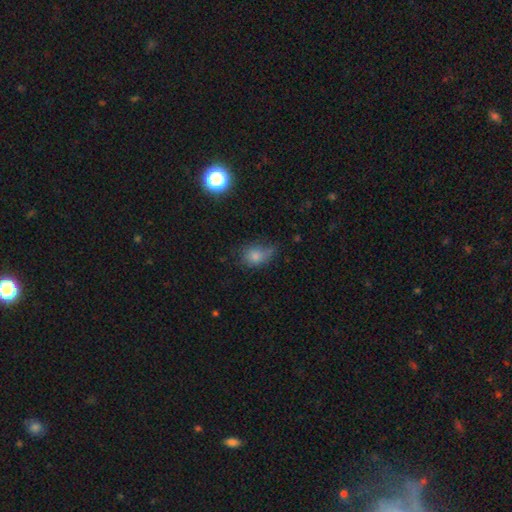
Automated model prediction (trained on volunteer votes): The model was most divided on "merging": none: 41%, minor disturbance: 37%, major disturbance: 19%, merger: 3%. More confident: smooth or featured — smooth (75%); how rounded — in between (72%).